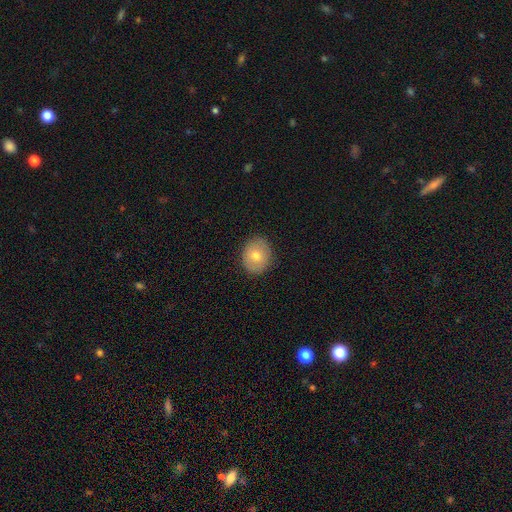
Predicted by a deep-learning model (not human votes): Smooth or featured? Predicted: smooth (p=0.73). How rounded? Predicted: round (p=0.61). Merging? Predicted: none (p=0.88).